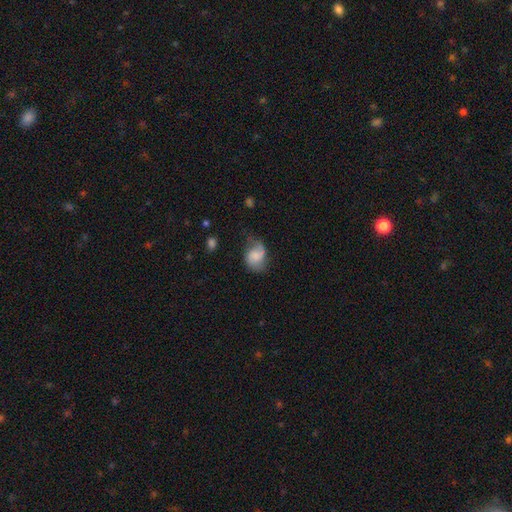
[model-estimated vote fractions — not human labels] Morphology: type=smooth (48%); merging=none (43%).